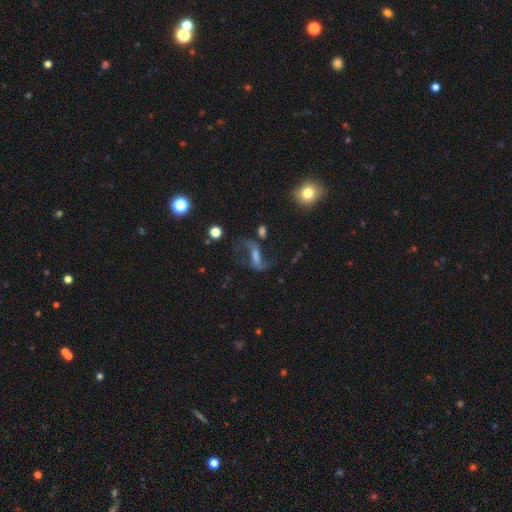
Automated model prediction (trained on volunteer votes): Smooth or featured?
  - featured or disk: 71% *
  - star or artifact: 14%
  - smooth: 14%
Edge-on disk?
  - no: 92% *
  - yes: 8%
Bar?
  - weak: 42% *
  - strong: 36%
  - no: 22%
Spiral arms?
  - yes: 88% *
  - no: 12%
Spiral winding?
  - loose: 81% *
  - medium: 15%
  - tight: 4%
Spiral arm count?
  - 2: 90% *
  - can't tell: 4%
  - 1: 3%
  - 3: 1%
  - 4: 1%
  - more than 4: 1%
Bulge size?
  - small: 33% *
  - moderate: 31%
  - none: 26%
  - large: 8%
  - dominant: 2%
Merging?
  - none: 57% *
  - major disturbance: 21%
  - minor disturbance: 16%
  - merger: 6%